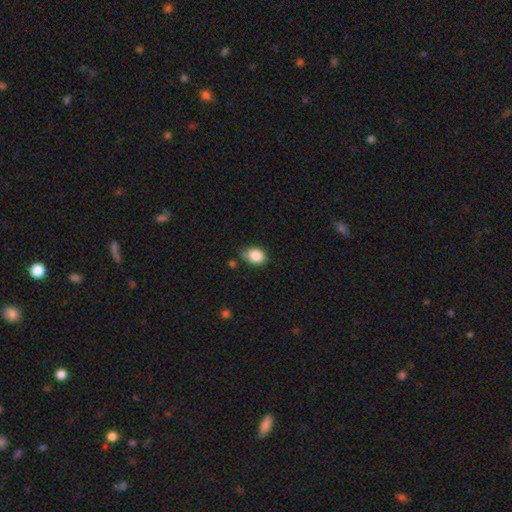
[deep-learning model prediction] Morphology: type=smooth (86%); roundness=in between (64%); merging=none (59%).